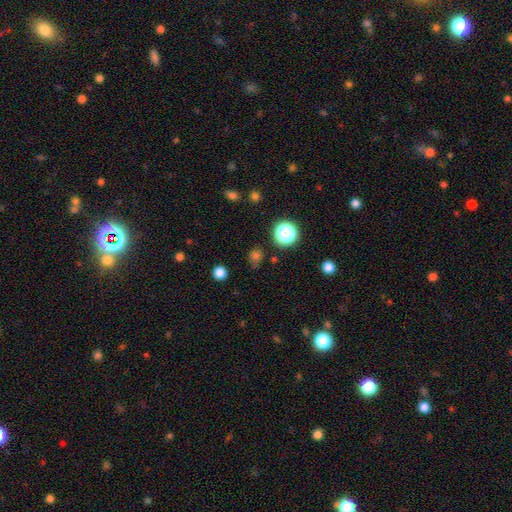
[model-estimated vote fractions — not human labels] Overall: smooth (59%; star or artifact 35%). How rounded: round (84%). Merging: none (81%).